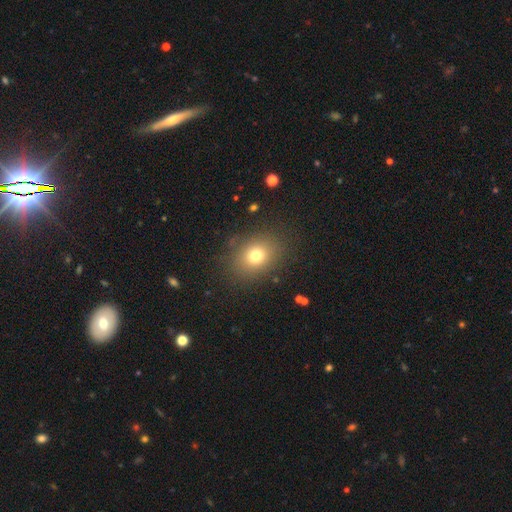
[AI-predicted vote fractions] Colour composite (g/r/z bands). It shows a smooth galaxy with no disk features (73%) that is round (53%). Merging: none (84%).